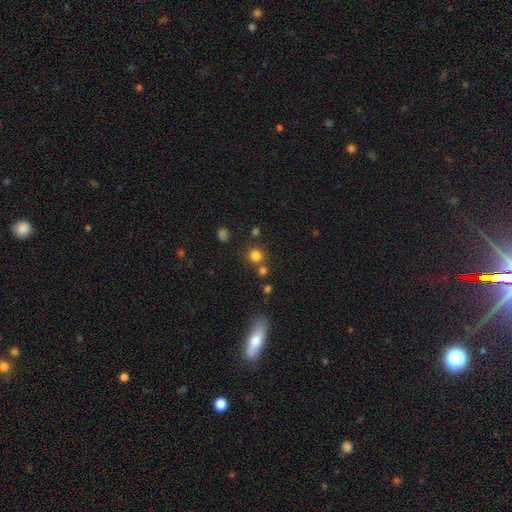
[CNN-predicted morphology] A smooth galaxy with no disk features (78%) that is round (91%). Merging: none (73%).